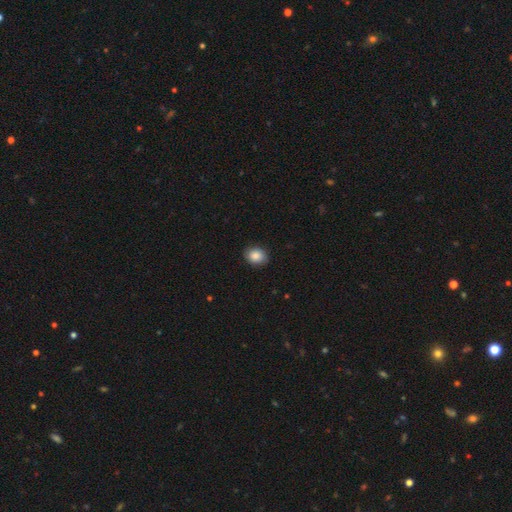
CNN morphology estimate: A smooth galaxy with no disk features (87%) that is in between round and cigar-shaped (50%). Merging: none (88%).